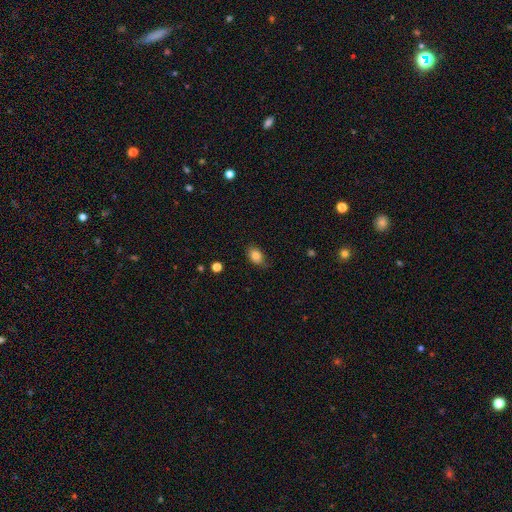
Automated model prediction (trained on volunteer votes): The model was most divided on "merging": none: 76%, minor disturbance: 19%, major disturbance: 4%, merger: 1%. More confident: smooth or featured — smooth (84%); how rounded — in between (79%).